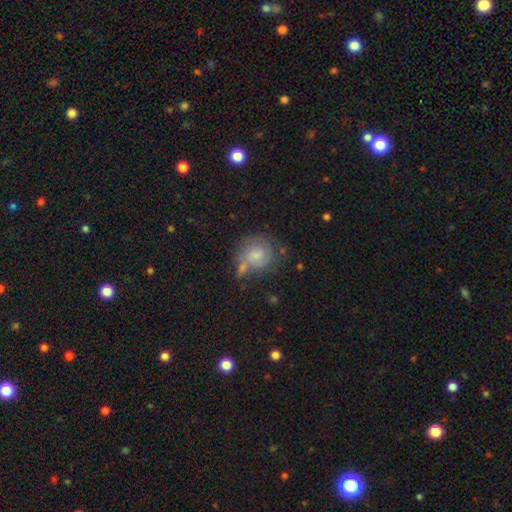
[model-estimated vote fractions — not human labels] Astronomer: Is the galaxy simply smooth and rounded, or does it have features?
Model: smooth — 55% (runner-up: featured or disk, 36%).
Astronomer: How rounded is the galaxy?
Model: round — 81%.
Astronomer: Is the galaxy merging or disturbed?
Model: none — 45% (runner-up: merger, 22%).